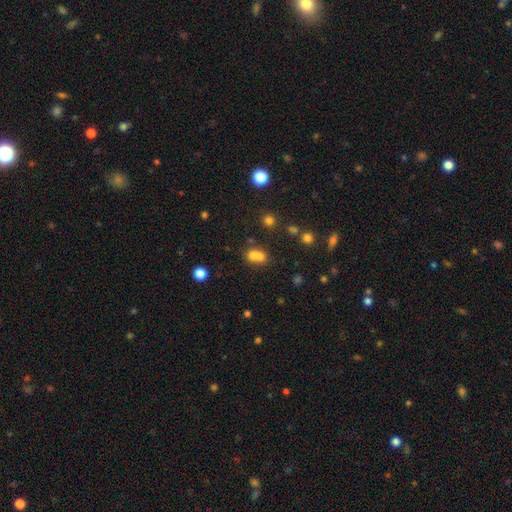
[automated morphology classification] type=smooth (69%); roundness=round (66%); merging=merger (61%).